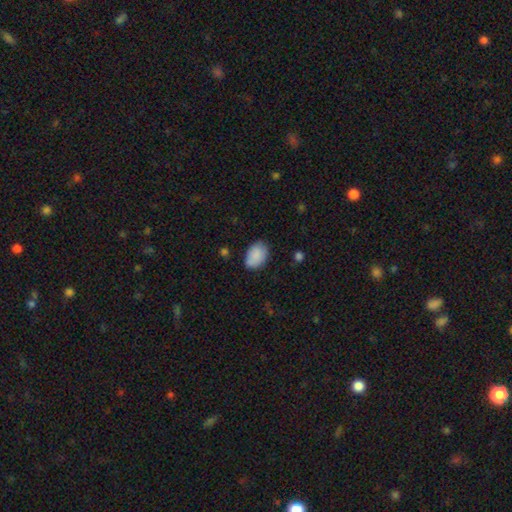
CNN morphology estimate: Smooth or featured? smooth (88%)
How rounded? in between (83%)
Merging? none (72%)